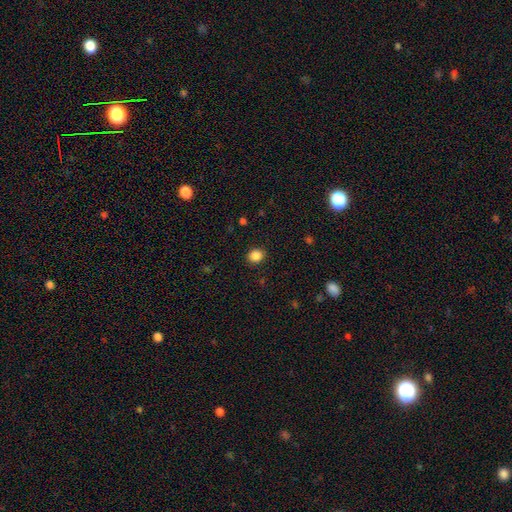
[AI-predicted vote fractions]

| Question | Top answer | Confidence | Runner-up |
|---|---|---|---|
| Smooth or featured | smooth | 87% | star or artifact (10%) |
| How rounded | round | 65% | in between (34%) |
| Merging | none | 90% | minor disturbance (7%) |